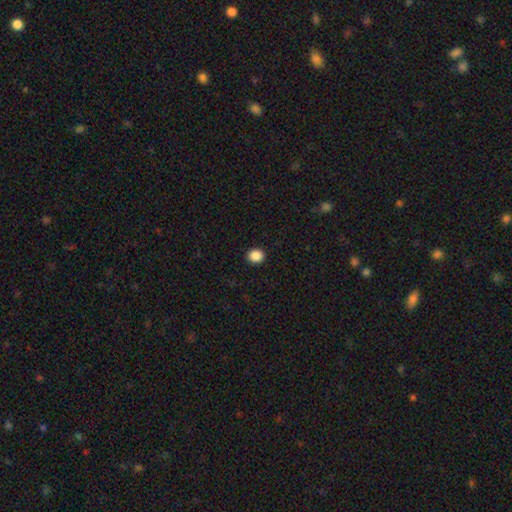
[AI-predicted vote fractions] The model was most divided on "how rounded": round: 76%, in between: 23%, cigar-shaped: 1%. More confident: merging — none (93%); smooth or featured — smooth (88%).